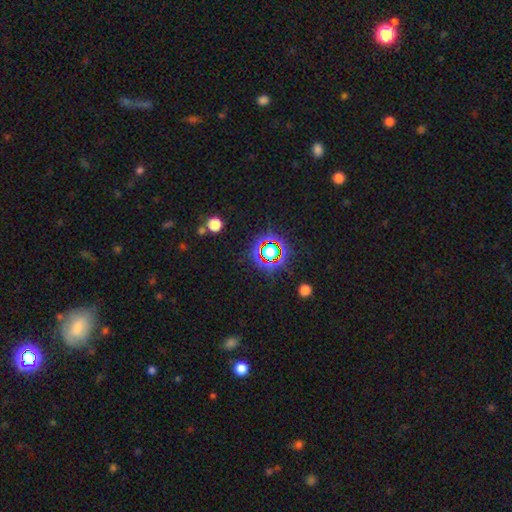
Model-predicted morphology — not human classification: smooth_or_featured: star or artifact (p=0.75) [alt: smooth p=0.16]